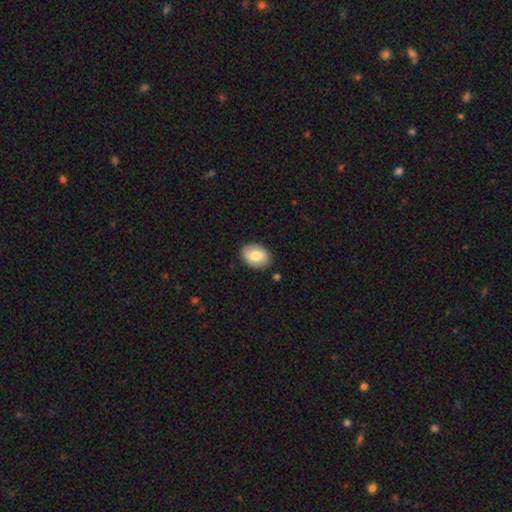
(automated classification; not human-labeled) This is likely a smooth galaxy (78%). How rounded: likely in between (77%). Merging: clearly none (86%).